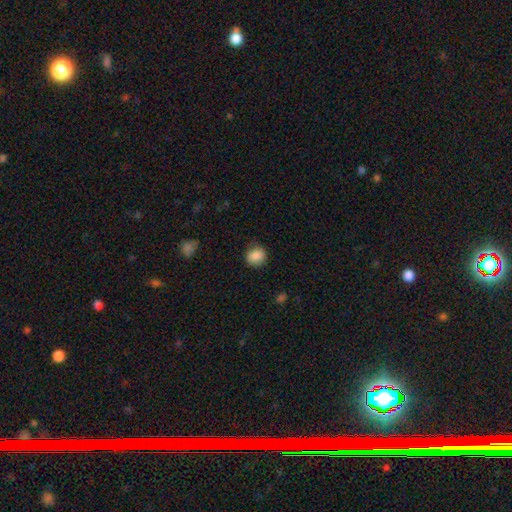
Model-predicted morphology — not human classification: Smooth or featured?
  - smooth: 87% *
  - star or artifact: 8%
  - featured or disk: 5%
How rounded?
  - round: 71% *
  - in between: 28%
  - cigar-shaped: 1%
Merging?
  - none: 77% *
  - minor disturbance: 17%
  - major disturbance: 5%
  - merger: 1%